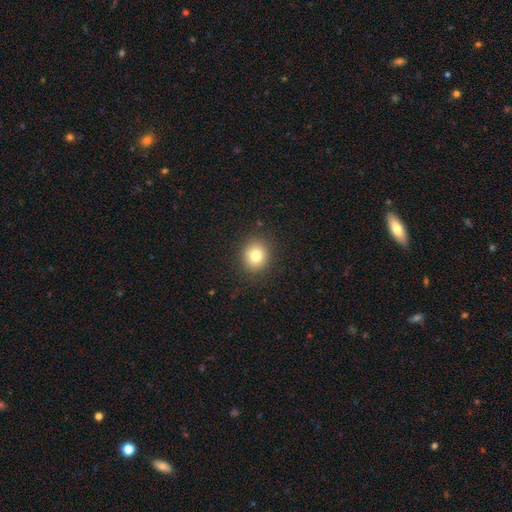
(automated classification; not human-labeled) Smooth or featured: smooth — 79% (star or artifact — 11%)
How rounded: round — 79% (in between — 20%)
Merging: none — 88% (minor disturbance — 8%)